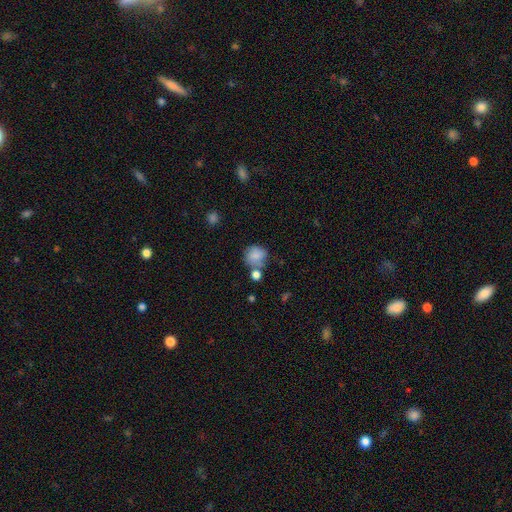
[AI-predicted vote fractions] This is clearly a smooth galaxy (80%). How rounded: clearly round (80%). Merging: possibly none (53%).